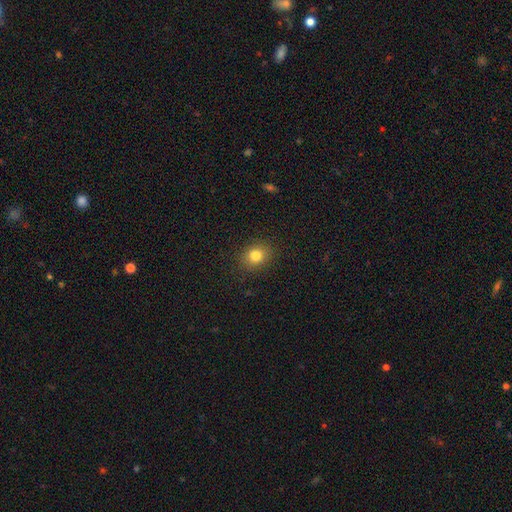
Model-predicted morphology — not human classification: This is clearly a smooth galaxy (81%). How rounded: possibly round (58%). Merging: clearly none (87%).